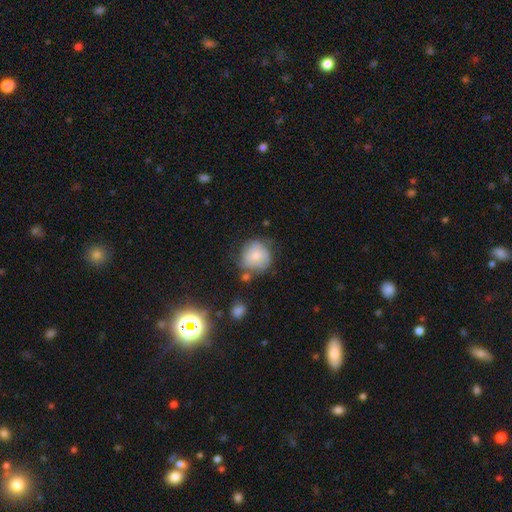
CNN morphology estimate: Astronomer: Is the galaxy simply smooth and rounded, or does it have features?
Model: smooth — 55% (runner-up: featured or disk, 36%).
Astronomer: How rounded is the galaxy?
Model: round — 86%.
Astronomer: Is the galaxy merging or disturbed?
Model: none — 58%.